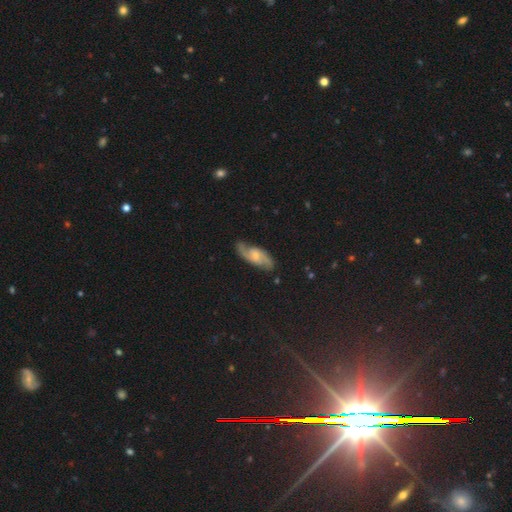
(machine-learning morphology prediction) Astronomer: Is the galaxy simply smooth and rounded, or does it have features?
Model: featured or disk — 79%.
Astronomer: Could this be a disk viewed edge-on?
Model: no — 94%.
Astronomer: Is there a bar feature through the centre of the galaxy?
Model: no — 46% (runner-up: weak, 45%).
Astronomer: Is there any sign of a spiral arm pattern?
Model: yes — 96%.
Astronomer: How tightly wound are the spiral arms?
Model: medium — 48% (runner-up: loose, 34%).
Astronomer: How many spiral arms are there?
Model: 2 — 90%.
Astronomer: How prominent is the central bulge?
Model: small — 44% (runner-up: moderate, 37%).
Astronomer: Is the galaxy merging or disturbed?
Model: none — 78%.